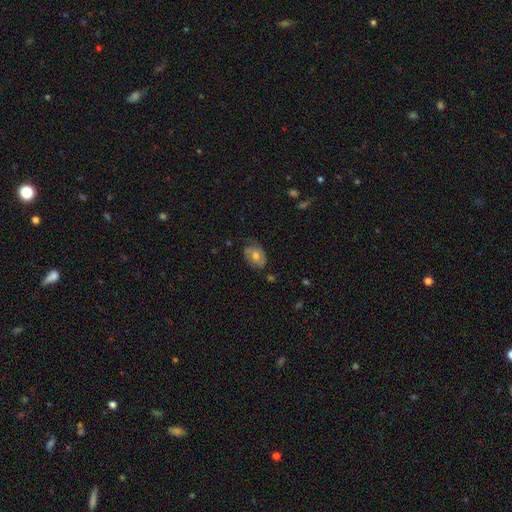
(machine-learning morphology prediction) smooth_or_featured: smooth (p=0.50) [alt: featured or disk p=0.41]
how_rounded: in between (p=0.80) [alt: round p=0.19]
merging: none (p=0.64) [alt: minor disturbance p=0.26]